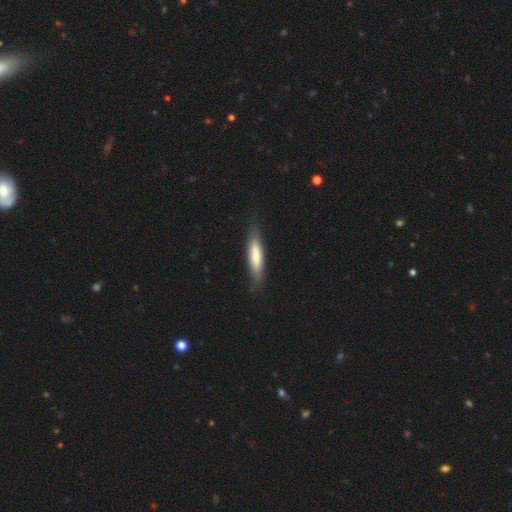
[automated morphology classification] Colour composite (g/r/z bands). It shows a smooth galaxy with no disk features (72%) that is cigar-shaped (78%). Merging: none (82%).